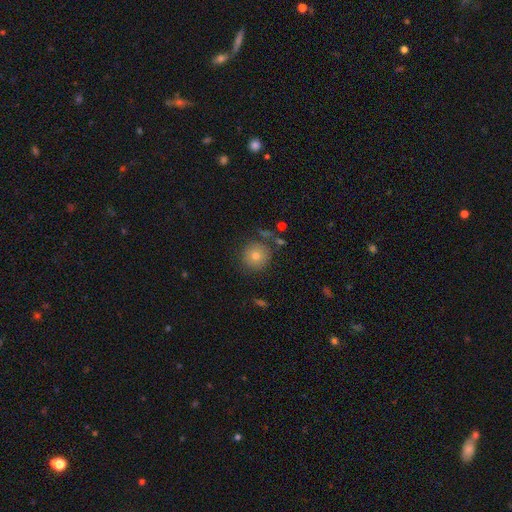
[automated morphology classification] Smooth or featured?
  - smooth: 73% *
  - star or artifact: 13%
  - featured or disk: 13%
How rounded?
  - round: 94% *
  - in between: 5%
  - cigar-shaped: 1%
Merging?
  - none: 83% *
  - minor disturbance: 10%
  - merger: 4%
  - major disturbance: 3%